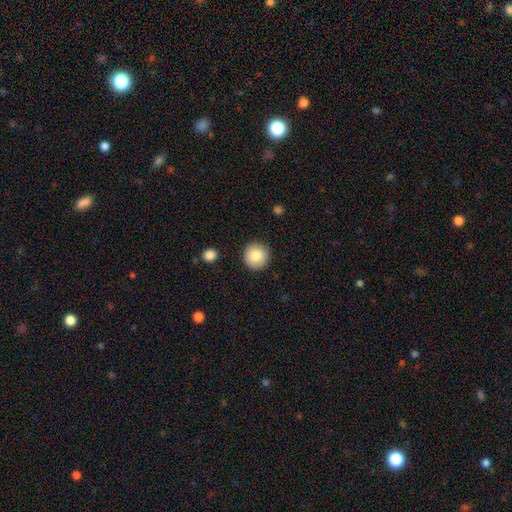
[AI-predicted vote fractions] Q: Smooth or featured?
A: smooth (84%); runner-up: star or artifact (8%)
Q: How rounded?
A: round (96%); runner-up: in between (3%)
Q: Merging?
A: none (91%); runner-up: minor disturbance (6%)